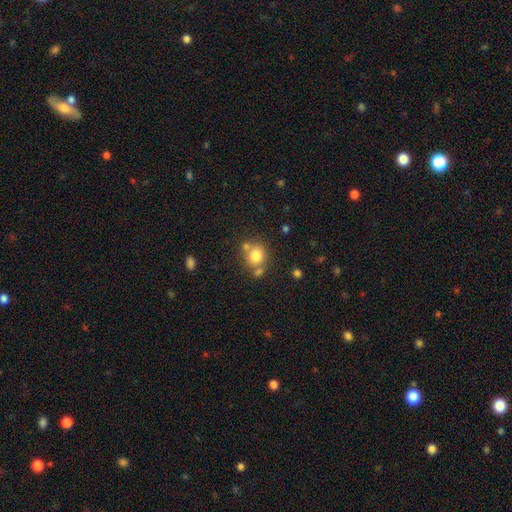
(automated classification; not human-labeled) Smooth or featured?
  - smooth: 78% *
  - star or artifact: 11%
  - featured or disk: 11%
How rounded?
  - round: 78% *
  - in between: 21%
  - cigar-shaped: 1%
Merging?
  - none: 60% *
  - merger: 23%
  - minor disturbance: 12%
  - major disturbance: 4%